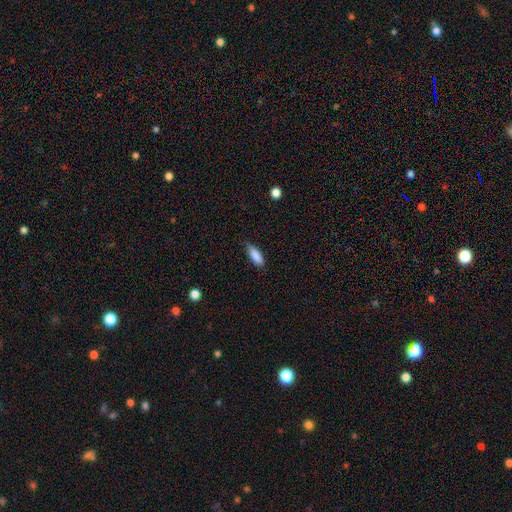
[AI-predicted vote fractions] Smooth or featured: smooth — 87% (star or artifact — 7%)
How rounded: in between — 66% (cigar-shaped — 32%)
Merging: none — 72% (minor disturbance — 23%)